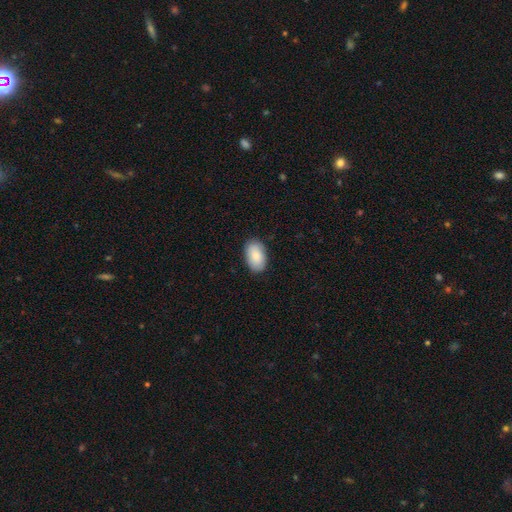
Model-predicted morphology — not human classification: Q: Smooth or featured?
A: smooth (86%); runner-up: featured or disk (8%)
Q: How rounded?
A: in between (93%); runner-up: round (6%)
Q: Merging?
A: none (87%); runner-up: minor disturbance (10%)